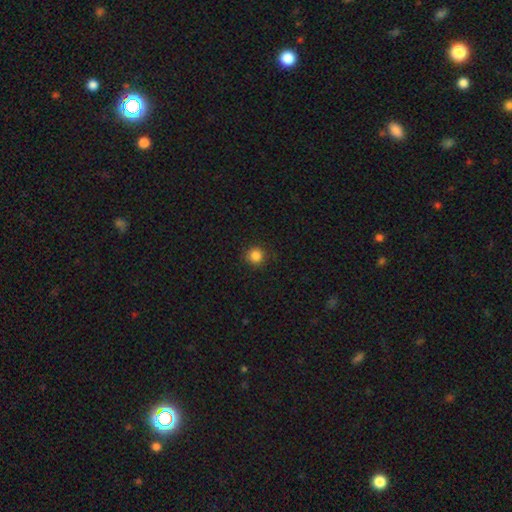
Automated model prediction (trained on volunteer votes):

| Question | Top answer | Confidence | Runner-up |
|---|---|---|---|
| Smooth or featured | smooth | 85% | star or artifact (12%) |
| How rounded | round | 94% | in between (5%) |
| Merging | none | 90% | minor disturbance (7%) |